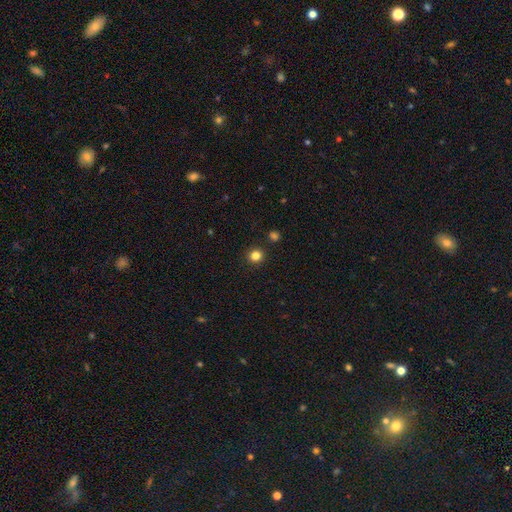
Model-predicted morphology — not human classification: smooth_or_featured: smooth (p=0.83) [alt: star or artifact p=0.13]
how_rounded: round (p=0.91) [alt: in between p=0.08]
merging: none (p=0.91) [alt: minor disturbance p=0.05]